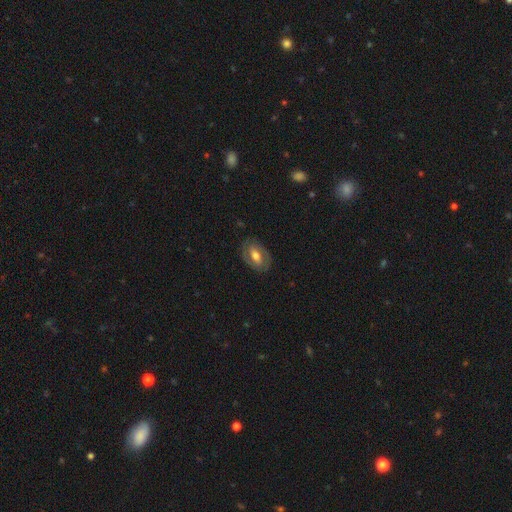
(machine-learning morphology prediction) smooth-or-featured: featured or disk: 54% | smooth: 40% | star or artifact: 7%
  disk-edge-on: no: 93% | yes: 7%
  merging: none: 79% | minor disturbance: 15% | major disturbance: 6% | merger: 1%